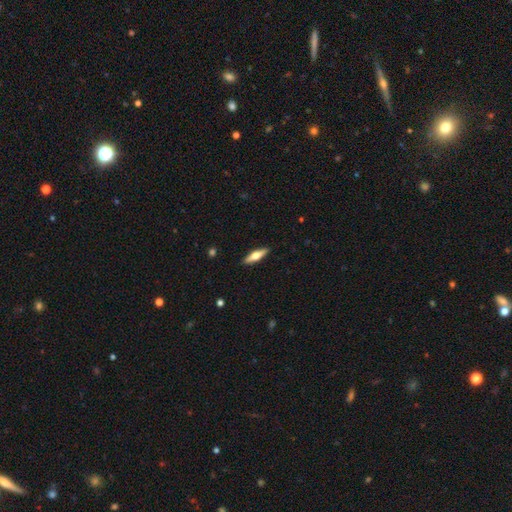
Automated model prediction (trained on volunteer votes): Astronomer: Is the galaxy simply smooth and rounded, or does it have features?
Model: featured or disk — 51% (runner-up: smooth, 43%).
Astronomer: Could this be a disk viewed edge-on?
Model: yes — 94%.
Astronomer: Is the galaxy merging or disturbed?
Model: none — 91%.